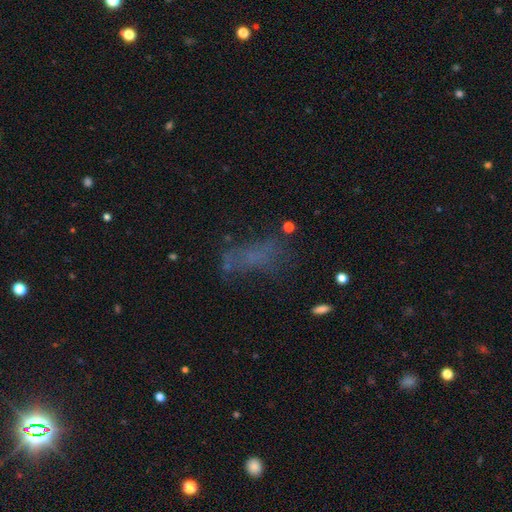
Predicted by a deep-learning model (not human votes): smooth-or-featured: smooth: 43% | star or artifact: 30% | featured or disk: 28%
  merging: none: 44% | major disturbance: 29% | minor disturbance: 20% | merger: 7%